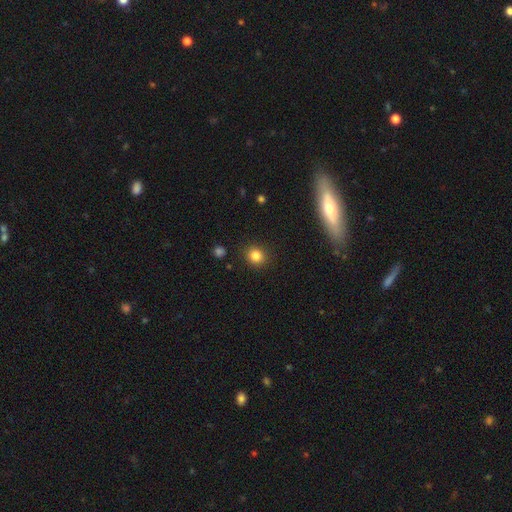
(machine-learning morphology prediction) A smooth galaxy with no disk features (83%) that is round (82%).

Vote fractions:
- Smooth or featured? smooth: 83% / star or artifact: 11% / featured or disk: 5%
- How rounded? round: 82% / in between: 17% / cigar-shaped: 1%
- Merging? none: 89% / minor disturbance: 7% / major disturbance: 2% / merger: 1%